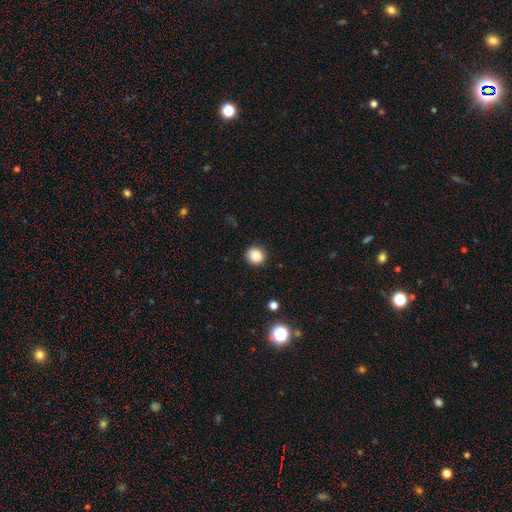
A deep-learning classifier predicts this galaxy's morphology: Smooth or featured?
  - smooth: 86% *
  - star or artifact: 10%
  - featured or disk: 3%
How rounded?
  - round: 87% *
  - in between: 12%
  - cigar-shaped: 1%
Merging?
  - none: 89% *
  - minor disturbance: 7%
  - major disturbance: 2%
  - merger: 1%